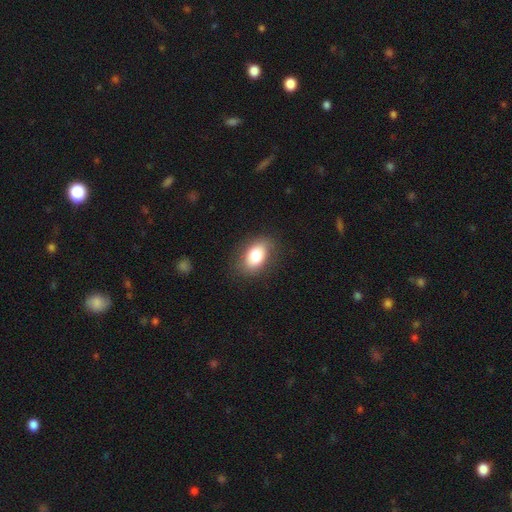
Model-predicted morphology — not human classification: smooth-or-featured: smooth: 78% | featured or disk: 14% | star or artifact: 8%
  how-rounded: in between: 86% | round: 12% | cigar-shaped: 2%
  merging: none: 82% | minor disturbance: 13% | major disturbance: 4% | merger: 1%